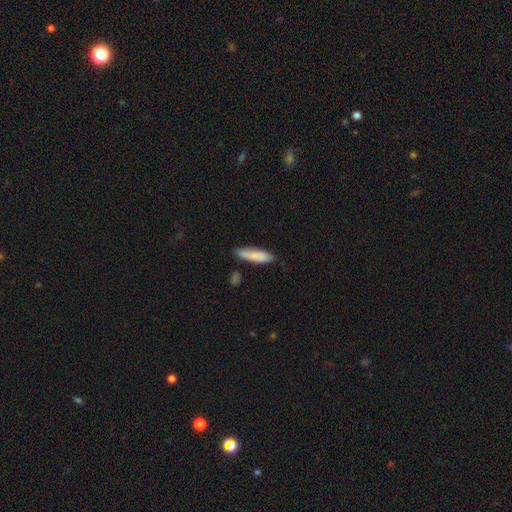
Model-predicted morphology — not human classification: Smooth or featured?
  - smooth: 78% *
  - featured or disk: 16%
  - star or artifact: 6%
How rounded?
  - cigar-shaped: 61% *
  - in between: 37%
  - round: 2%
Merging?
  - none: 72% *
  - minor disturbance: 20%
  - merger: 4%
  - major disturbance: 4%